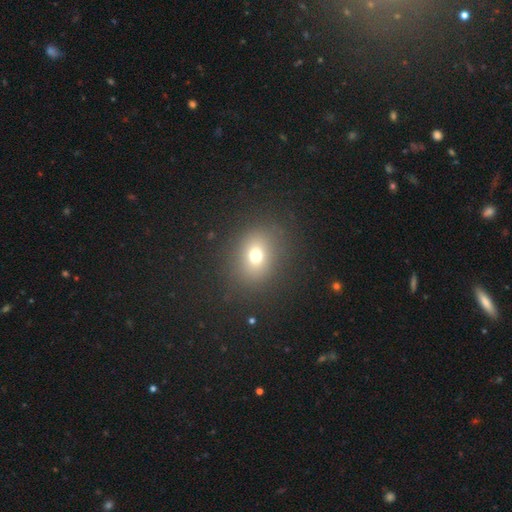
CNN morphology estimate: A smooth galaxy with no disk features (70%) that is round (59%). Merging: none (85%).